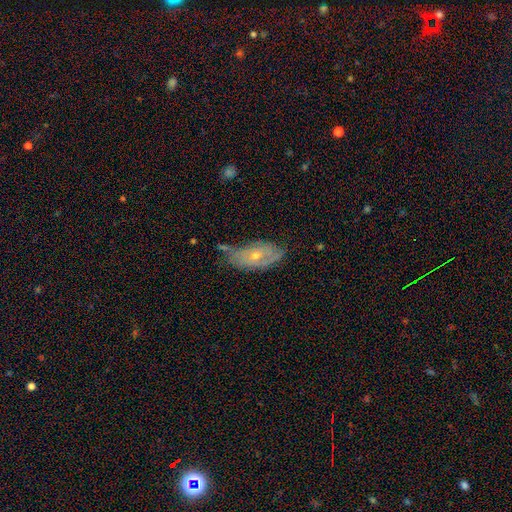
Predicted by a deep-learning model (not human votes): A featured or disk galaxy (56%). Merging: none (50%).